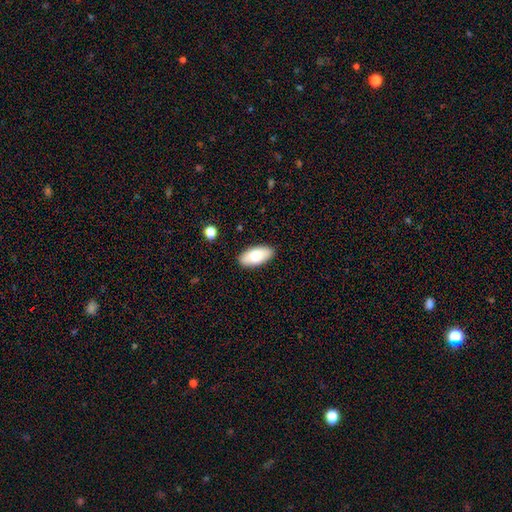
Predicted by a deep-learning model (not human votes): Smooth or featured?
  - smooth: 82% *
  - featured or disk: 12%
  - star or artifact: 6%
How rounded?
  - in between: 92% *
  - cigar-shaped: 6%
  - round: 2%
Merging?
  - none: 88% *
  - minor disturbance: 8%
  - major disturbance: 2%
  - merger: 1%